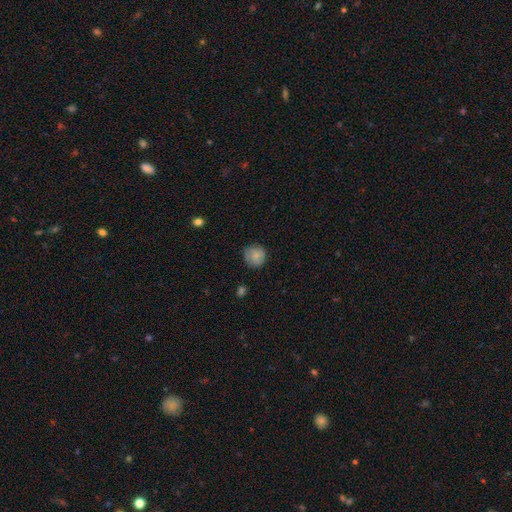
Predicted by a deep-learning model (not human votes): The model was most divided on "merging": none: 78%, minor disturbance: 17%, major disturbance: 4%, merger: 1%. More confident: how rounded — round (89%); smooth or featured — smooth (79%).